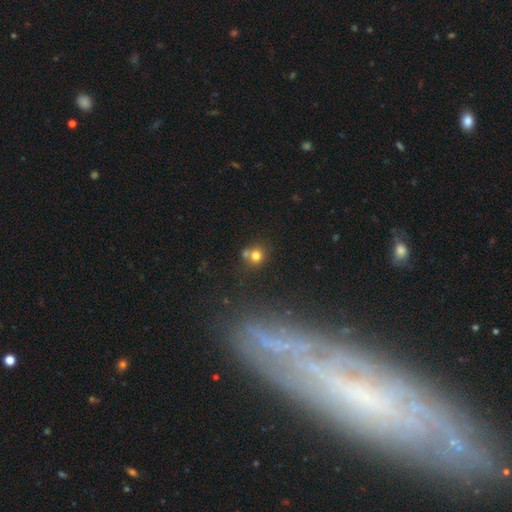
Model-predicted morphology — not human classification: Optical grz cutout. It shows a smooth galaxy with no disk features (75%) that is round (86%). Merging: none (55%).